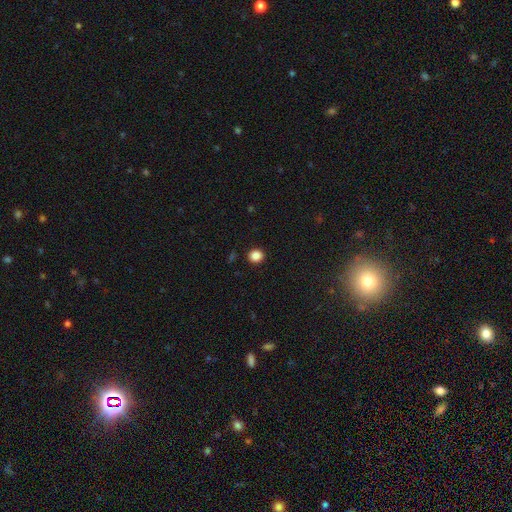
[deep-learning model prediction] smooth-or-featured: smooth: 86% | star or artifact: 11% | featured or disk: 3%
  how-rounded: round: 87% | in between: 13% | cigar-shaped: 1%
  merging: none: 92% | minor disturbance: 5% | major disturbance: 2% | merger: 1%